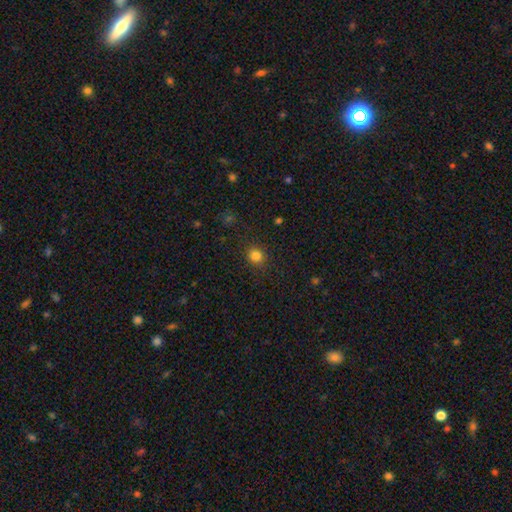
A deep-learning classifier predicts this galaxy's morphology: Smooth or featured? Predicted: smooth (p=0.83). How rounded? Predicted: round (p=0.78). Merging? Predicted: none (p=0.88).